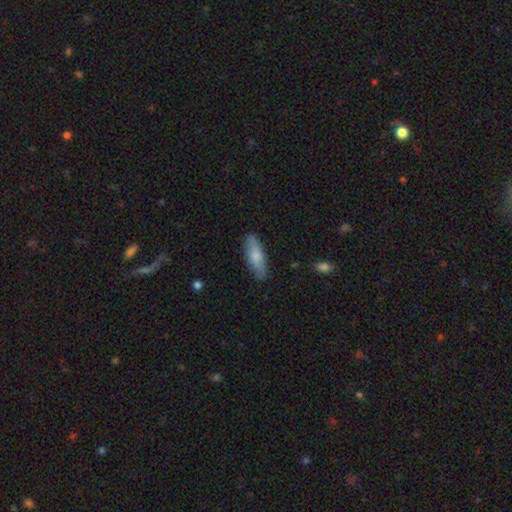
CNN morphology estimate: smooth_or_featured: smooth (p=0.75) [alt: featured or disk p=0.20]
how_rounded: in between (p=0.54) [alt: cigar-shaped p=0.44]
merging: none (p=0.83) [alt: minor disturbance p=0.13]